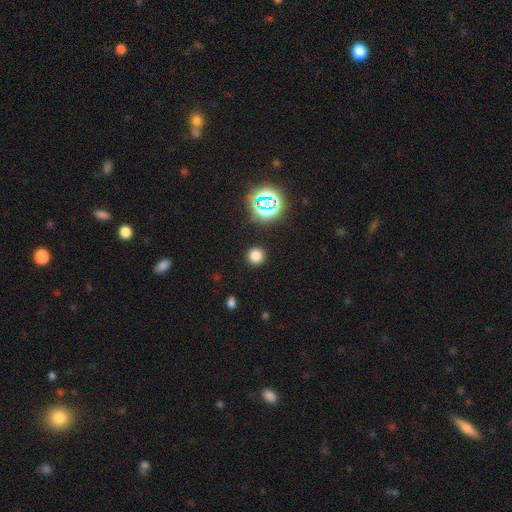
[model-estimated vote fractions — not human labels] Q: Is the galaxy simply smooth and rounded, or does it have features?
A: smooth — 75%.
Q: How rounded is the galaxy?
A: round — 93%.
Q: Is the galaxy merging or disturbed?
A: none — 91%.